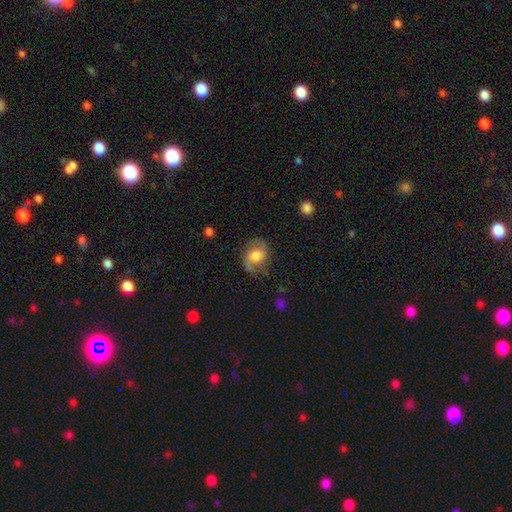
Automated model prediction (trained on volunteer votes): Overall: featured or disk (69%). Edge-on disk: no (97%). Bar: no (59%; weak 34%). Spiral arms: yes (92%). Spiral arm count: 2 (90%). Spiral winding: medium (48%; loose 39%). Bulge size: moderate (47%; large 32%). Merging: none (72%).